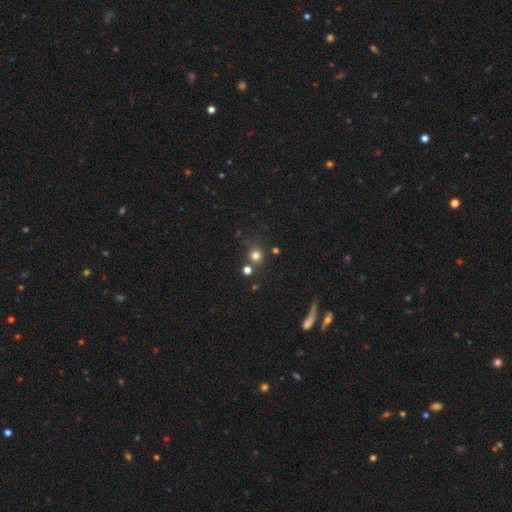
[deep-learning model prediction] Q: Smooth or featured?
A: smooth (74%); runner-up: star or artifact (18%)
Q: How rounded?
A: round (89%); runner-up: in between (10%)
Q: Merging?
A: none (71%); runner-up: merger (13%)